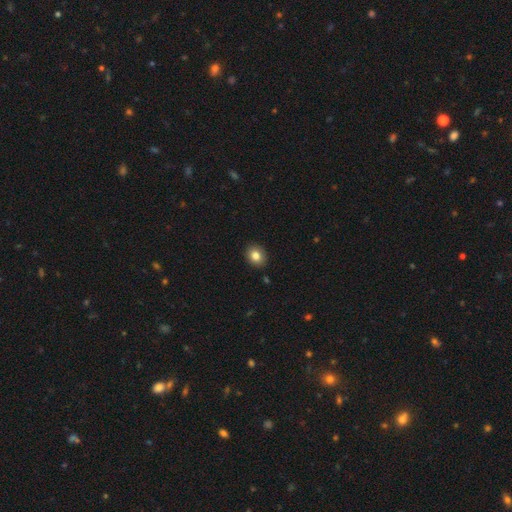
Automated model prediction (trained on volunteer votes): A smooth galaxy with no disk features (83%) that is round (53%). Merging: none (90%).